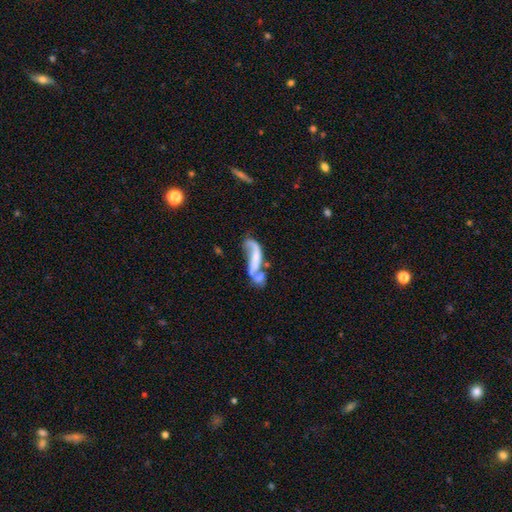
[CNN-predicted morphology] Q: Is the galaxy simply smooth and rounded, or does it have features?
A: featured or disk — 60%.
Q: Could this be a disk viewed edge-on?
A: no — 85%.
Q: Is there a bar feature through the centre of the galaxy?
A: no — 56%.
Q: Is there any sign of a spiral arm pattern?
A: yes — 68%.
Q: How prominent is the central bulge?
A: none — 47%.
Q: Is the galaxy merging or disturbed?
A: merger — 44%.